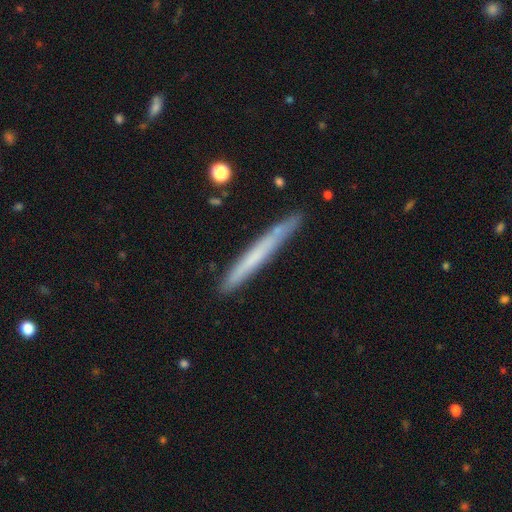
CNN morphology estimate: Smooth or featured? Predicted: smooth (p=0.53). How rounded? Predicted: cigar-shaped (p=0.97). Merging? Predicted: none (p=0.85).